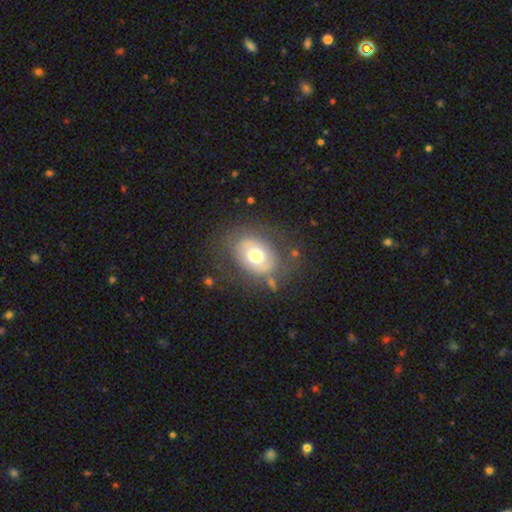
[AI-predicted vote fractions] This appears to be a smooth galaxy with no disk features (58%) that is in between round and cigar-shaped (57%). Merging: none (70%).